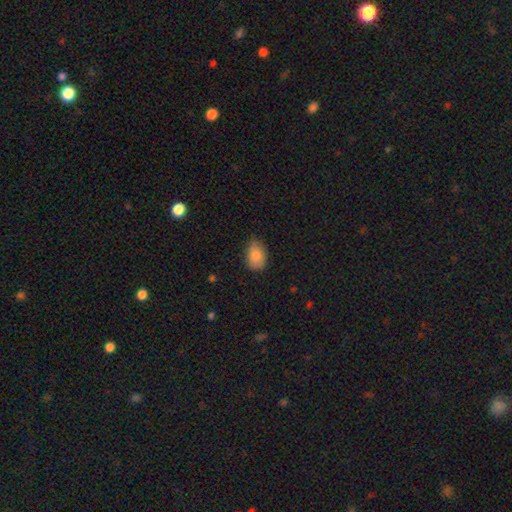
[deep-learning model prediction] Smooth or featured? Predicted: smooth (p=0.85). How rounded? Predicted: in between (p=0.82). Merging? Predicted: none (p=0.64).